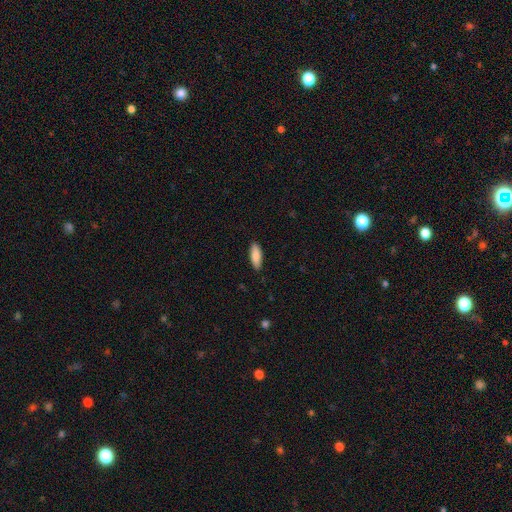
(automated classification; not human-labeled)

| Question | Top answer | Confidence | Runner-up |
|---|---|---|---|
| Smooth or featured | smooth | 87% | featured or disk (8%) |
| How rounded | in between | 67% | cigar-shaped (32%) |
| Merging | none | 89% | minor disturbance (8%) |